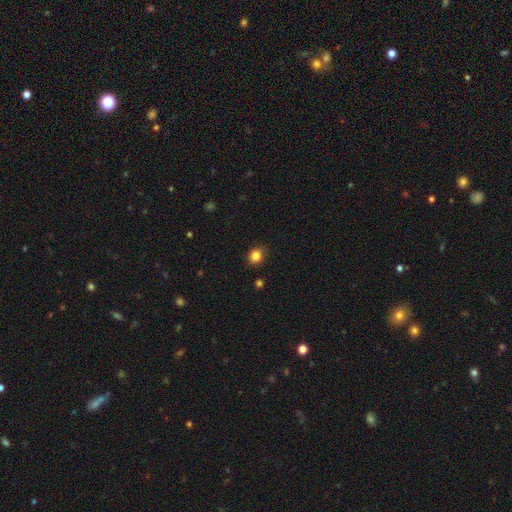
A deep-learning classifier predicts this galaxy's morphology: smooth_or_featured: smooth (p=0.84) [alt: star or artifact p=0.12]
how_rounded: round (p=0.71) [alt: in between p=0.28]
merging: none (p=0.89) [alt: minor disturbance p=0.08]